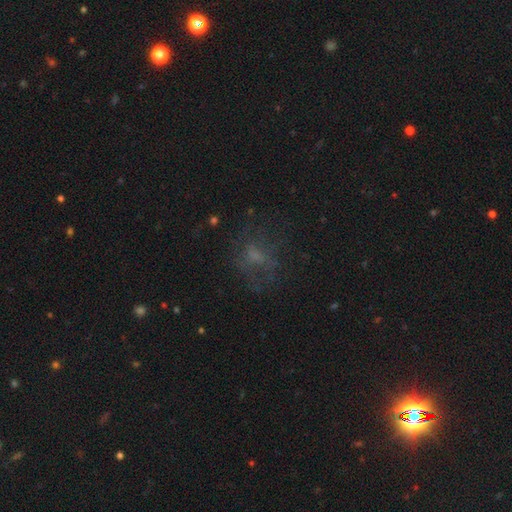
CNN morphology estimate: type=smooth (41%); merging=none (56%).